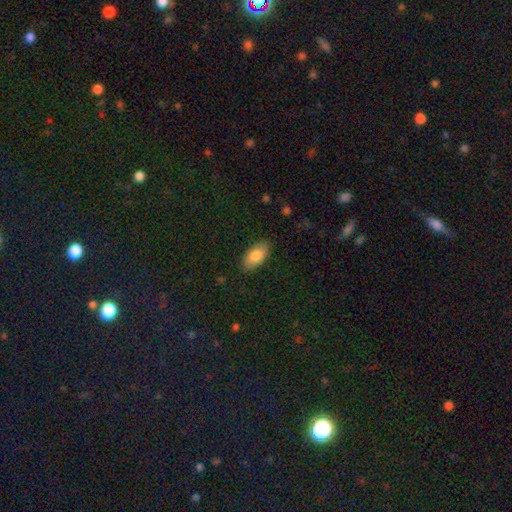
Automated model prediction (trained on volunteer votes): smooth-or-featured: smooth: 86% | featured or disk: 8% | star or artifact: 6%
  how-rounded: in between: 92% | cigar-shaped: 6% | round: 2%
  merging: none: 86% | minor disturbance: 10% | major disturbance: 2% | merger: 1%